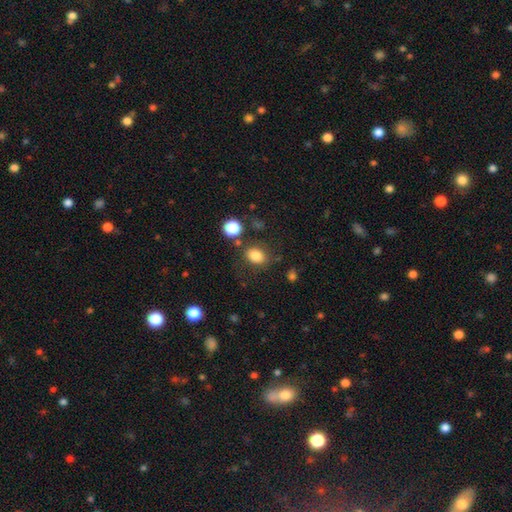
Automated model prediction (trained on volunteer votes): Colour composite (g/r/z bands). It shows a smooth galaxy with no disk features (82%) that is in between round and cigar-shaped (56%). Merging: none (74%).